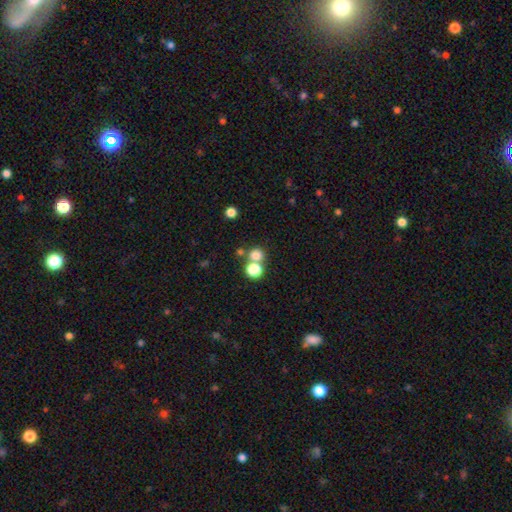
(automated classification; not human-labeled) The model was most divided on "merging": none: 58%, merger: 32%, minor disturbance: 7%, major disturbance: 4%. More confident: how rounded — round (87%); smooth or featured — smooth (76%).